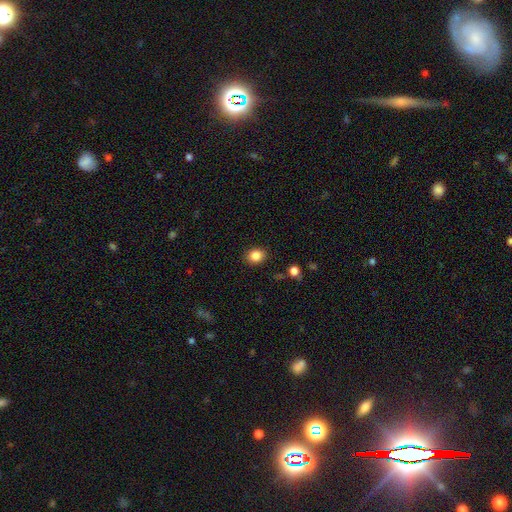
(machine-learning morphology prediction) A smooth galaxy with no disk features (86%) that is round (62%).

Vote fractions:
- Smooth or featured? smooth: 86% / star or artifact: 10% / featured or disk: 4%
- How rounded? round: 62% / in between: 37% / cigar-shaped: 1%
- Merging? none: 88% / minor disturbance: 8% / major disturbance: 2% / merger: 2%